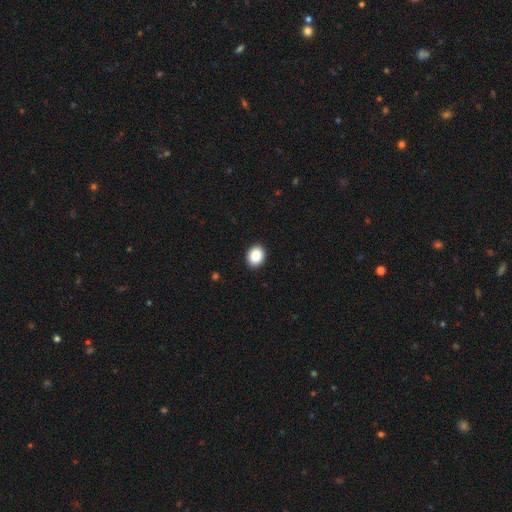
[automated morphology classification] Smooth or featured: smooth — 89% (star or artifact — 8%)
How rounded: round — 53% (in between — 46%)
Merging: none — 92% (minor disturbance — 6%)